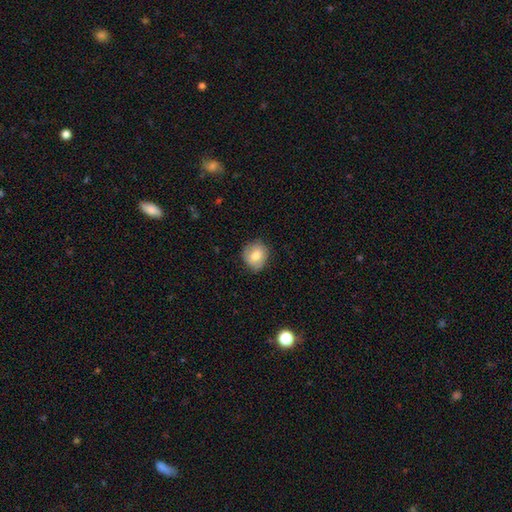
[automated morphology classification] smooth 76%, featured or disk 16%, star or artifact 8%. Down the decision tree: how rounded — round (80%); merging — none (79%).